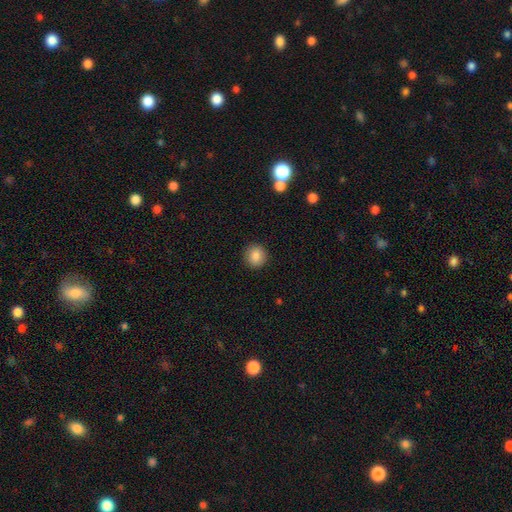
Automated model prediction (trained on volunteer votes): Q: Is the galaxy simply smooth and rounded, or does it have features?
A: smooth — 85%.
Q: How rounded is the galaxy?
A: round — 90%.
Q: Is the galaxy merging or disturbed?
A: none — 91%.